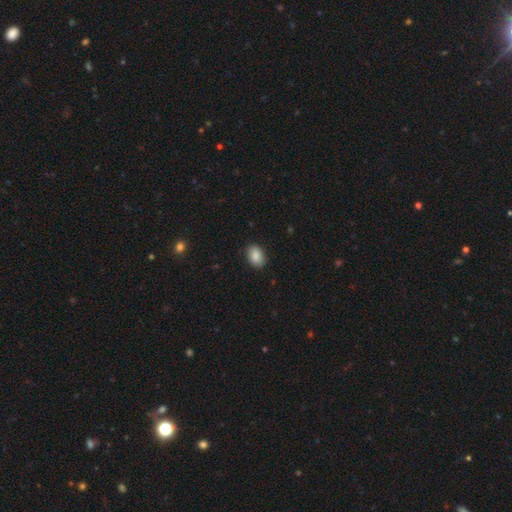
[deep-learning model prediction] This is clearly a smooth galaxy (88%). How rounded: clearly in between (81%). Merging: clearly none (88%).